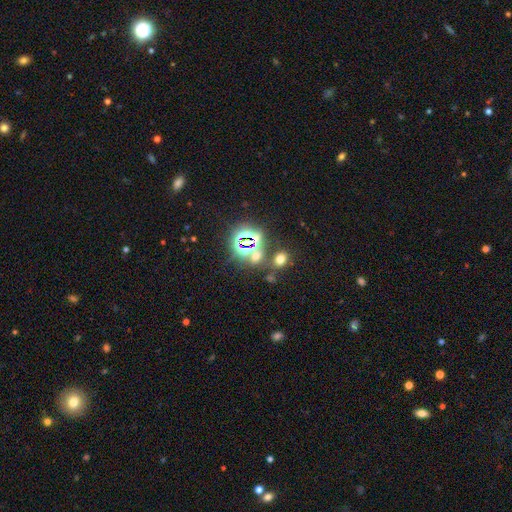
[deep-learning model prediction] Smooth or featured?
  - star or artifact: 52% *
  - smooth: 39%
  - featured or disk: 9%